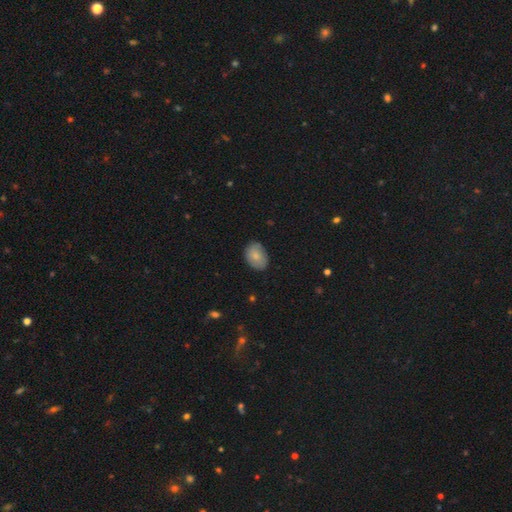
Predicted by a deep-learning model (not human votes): The model was most divided on "how rounded": in between: 79%, round: 19%, cigar-shaped: 1%. More confident: merging — none (83%); smooth or featured — smooth (81%).